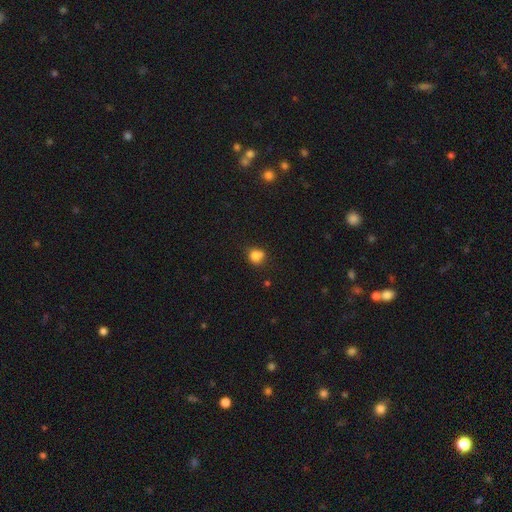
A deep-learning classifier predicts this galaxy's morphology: This appears to be a smooth galaxy with no disk features (80%) that is round (70%). Merging: none (52%).